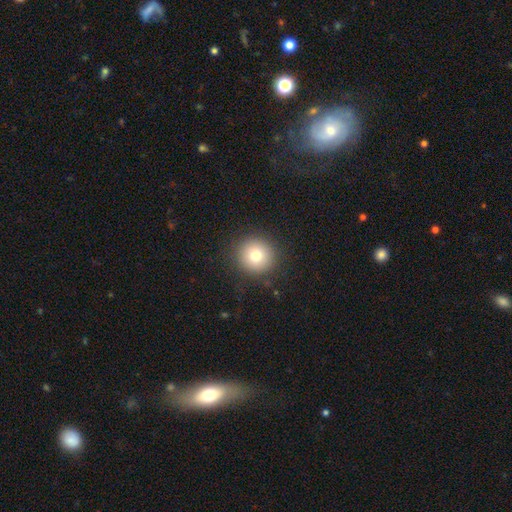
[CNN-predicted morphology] Smooth or featured? Predicted: smooth (p=0.78). How rounded? Predicted: round (p=0.94). Merging? Predicted: none (p=0.90).